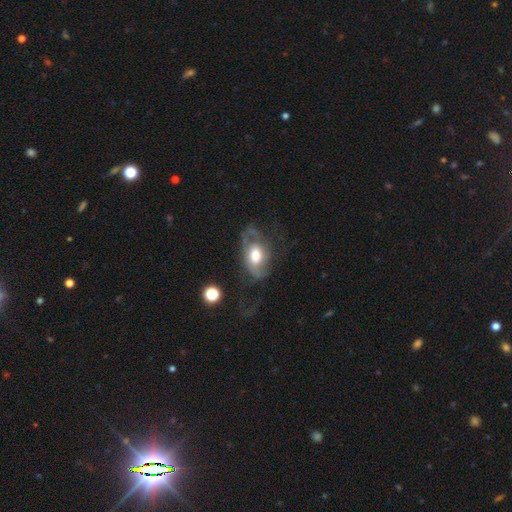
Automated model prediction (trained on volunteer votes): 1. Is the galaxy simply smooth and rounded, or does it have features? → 55% featured or disk, 37% smooth, 8% star or artifact.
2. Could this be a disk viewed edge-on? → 94% no, 6% yes.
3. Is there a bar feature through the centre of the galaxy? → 68% no, 26% weak, 6% strong.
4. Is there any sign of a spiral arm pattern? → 66% yes, 34% no.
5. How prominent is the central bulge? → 51% moderate, 37% large, 6% small, 4% dominant, 2% none.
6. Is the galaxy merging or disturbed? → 37% major disturbance, 36% none, 24% minor disturbance, 3% merger.